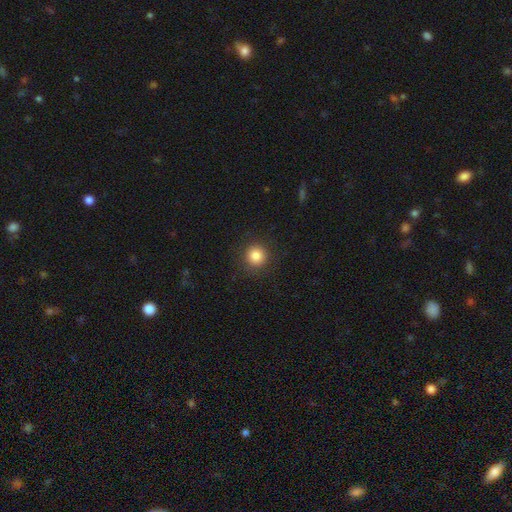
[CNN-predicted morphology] smooth 85%, star or artifact 11%, featured or disk 4%. Down the decision tree: how rounded — round (94%); merging — none (91%).